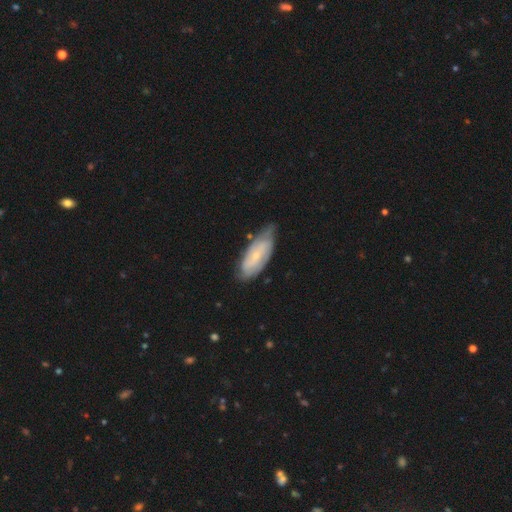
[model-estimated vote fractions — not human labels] Overall: featured or disk (53%; smooth 41%). Edge-on disk: no (87%). Merging: none (53%; minor disturbance 35%).